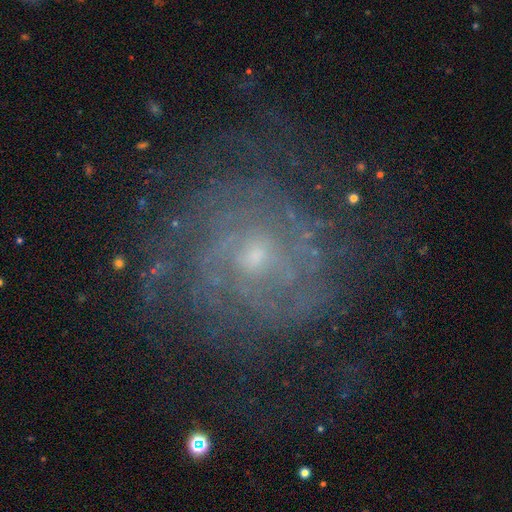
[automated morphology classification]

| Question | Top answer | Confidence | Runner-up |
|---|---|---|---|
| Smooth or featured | featured or disk | 83% | star or artifact (9%) |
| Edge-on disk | no | 97% | yes (3%) |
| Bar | no | 73% | weak (22%) |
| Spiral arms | yes | 92% | no (8%) |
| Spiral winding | tight | 72% | medium (23%) |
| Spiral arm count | can't tell | 44% | 2 (17%) |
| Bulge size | small | 67% | moderate (29%) |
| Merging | none | 74% | minor disturbance (15%) |